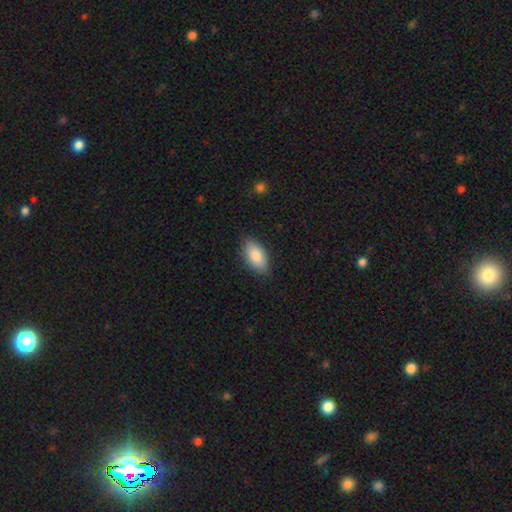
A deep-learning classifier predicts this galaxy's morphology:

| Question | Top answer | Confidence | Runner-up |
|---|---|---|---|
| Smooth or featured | smooth | 84% | featured or disk (10%) |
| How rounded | in between | 92% | cigar-shaped (5%) |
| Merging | none | 84% | minor disturbance (12%) |